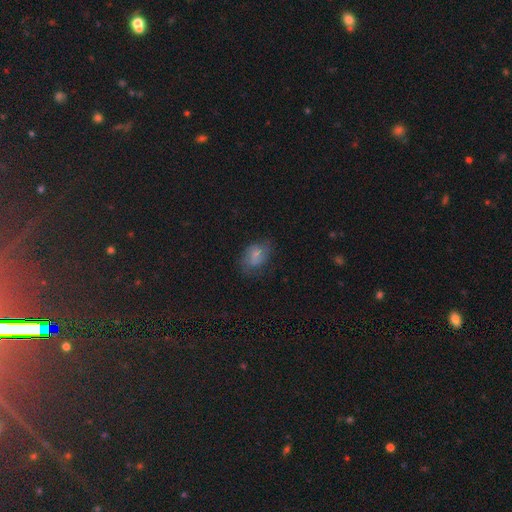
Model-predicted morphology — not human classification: The model was most divided on "smooth or featured": smooth: 59%, featured or disk: 31%, star or artifact: 10%. More confident: how rounded — in between (80%); merging — none (61%).